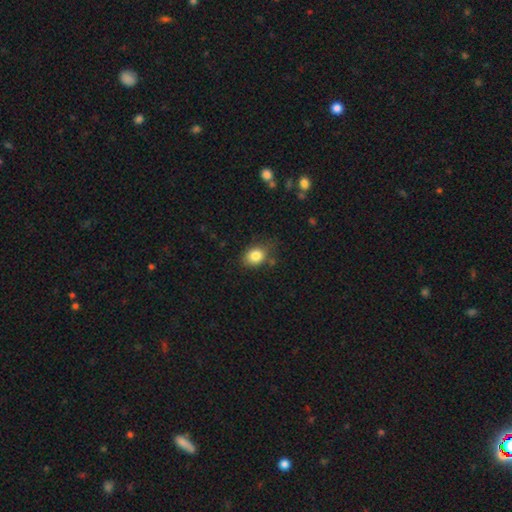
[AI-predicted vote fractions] Smooth or featured?
  - smooth: 83% *
  - star or artifact: 9%
  - featured or disk: 7%
How rounded?
  - in between: 60% *
  - round: 39%
  - cigar-shaped: 1%
Merging?
  - none: 68% *
  - minor disturbance: 22%
  - major disturbance: 6%
  - merger: 4%